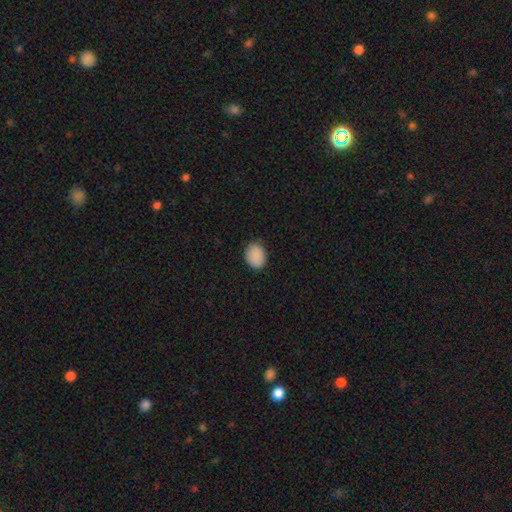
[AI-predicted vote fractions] smooth-or-featured: smooth: 89% | star or artifact: 8% | featured or disk: 3%
  how-rounded: in between: 66% | round: 33% | cigar-shaped: 1%
  merging: none: 84% | minor disturbance: 13% | major disturbance: 2% | merger: 1%